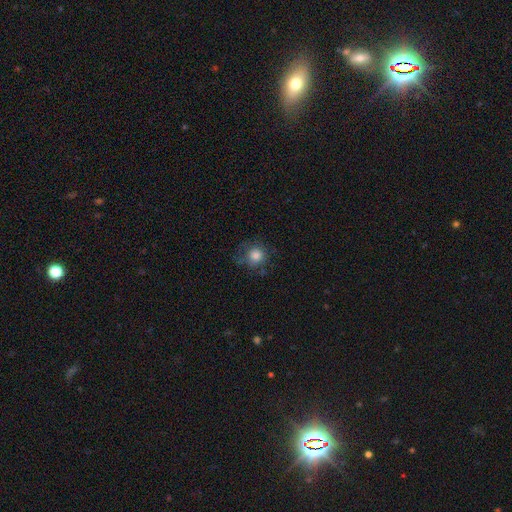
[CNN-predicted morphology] Smooth or featured: smooth — 80% (star or artifact — 11%)
How rounded: round — 89% (in between — 11%)
Merging: none — 66% (minor disturbance — 21%)